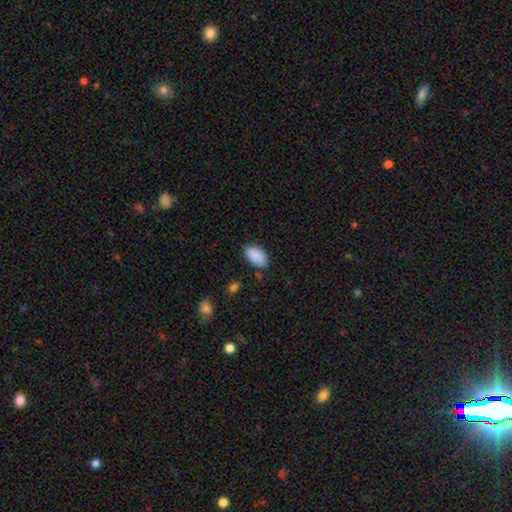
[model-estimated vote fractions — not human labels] smooth 90%, star or artifact 7%, featured or disk 4%. Down the decision tree: how rounded — in between (94%); merging — none (82%).